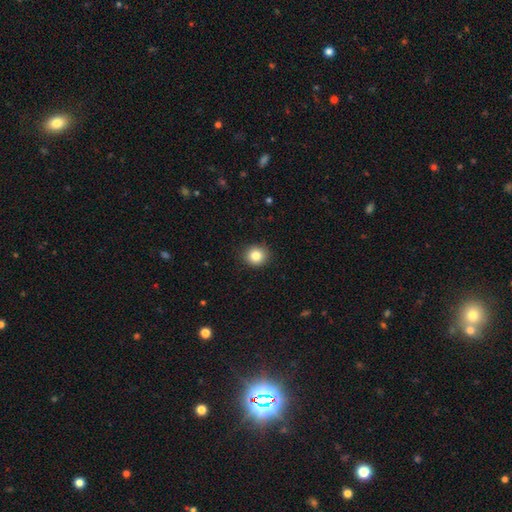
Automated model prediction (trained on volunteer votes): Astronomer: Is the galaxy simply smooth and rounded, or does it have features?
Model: smooth — 84%.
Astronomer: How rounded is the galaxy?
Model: round — 84%.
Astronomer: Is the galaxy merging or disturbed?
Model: none — 90%.